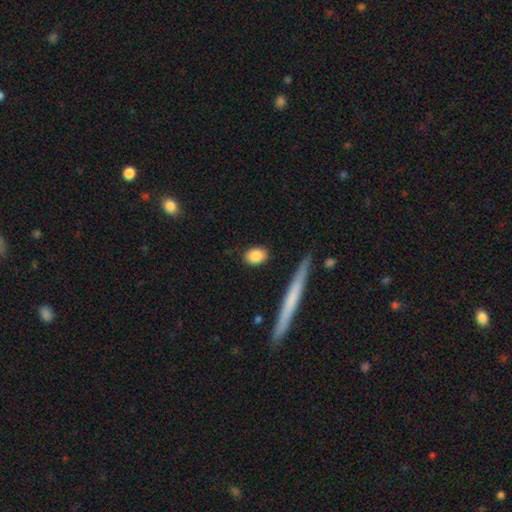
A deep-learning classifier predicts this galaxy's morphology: Smooth or featured? smooth (85%)
How rounded? in between (68%)
Merging? none (87%)